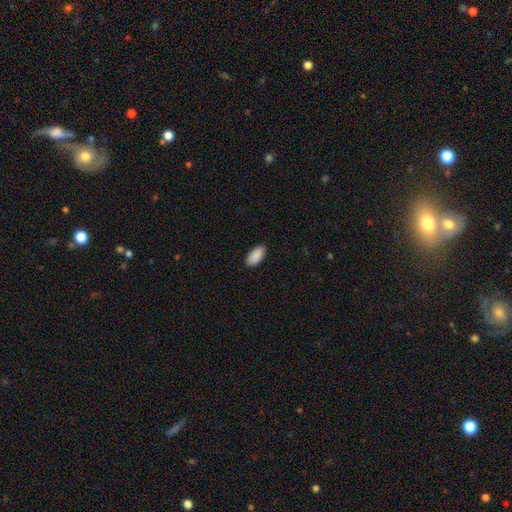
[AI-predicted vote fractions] smooth-or-featured: smooth: 90% | star or artifact: 6% | featured or disk: 4%
  how-rounded: in between: 92% | cigar-shaped: 6% | round: 2%
  merging: none: 88% | minor disturbance: 9% | major disturbance: 2% | merger: 1%